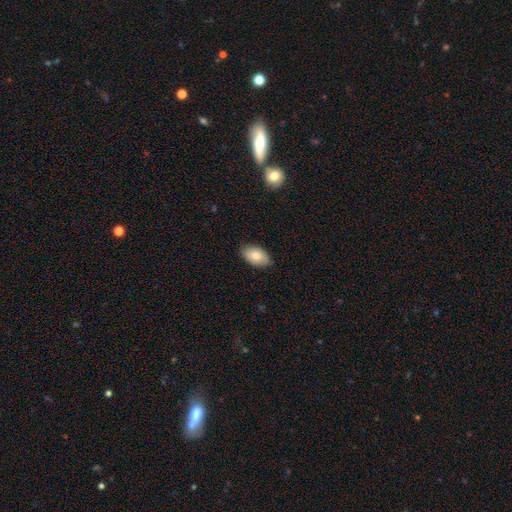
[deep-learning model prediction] This appears to be a smooth galaxy with no disk features (78%) that is in between round and cigar-shaped (93%). Merging: none (83%).